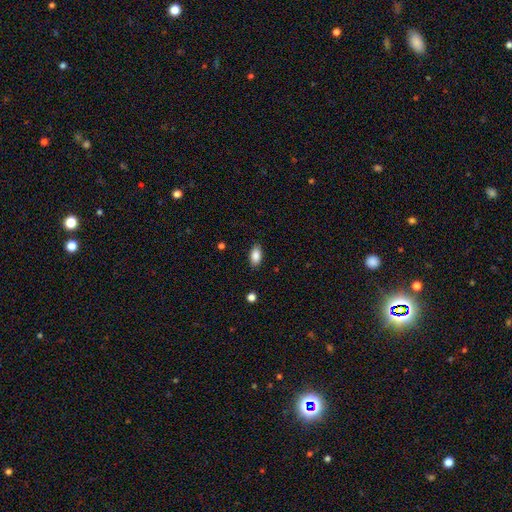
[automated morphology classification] smooth_or_featured: smooth (p=0.87) [alt: star or artifact p=0.08]
how_rounded: in between (p=0.92) [alt: round p=0.05]
merging: none (p=0.86) [alt: minor disturbance p=0.10]